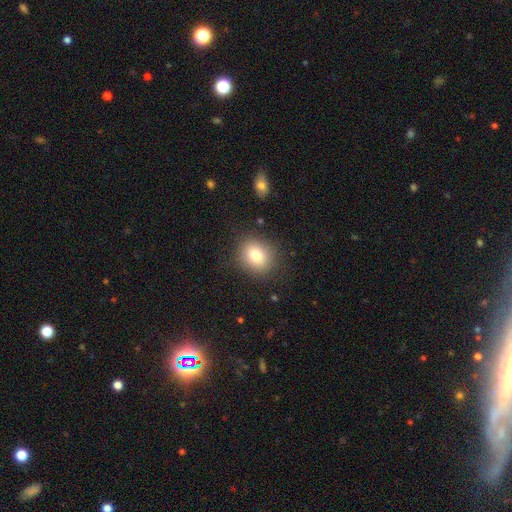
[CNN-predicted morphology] smooth-or-featured: smooth: 78% | star or artifact: 11% | featured or disk: 10%
  how-rounded: round: 72% | in between: 27% | cigar-shaped: 1%
  merging: none: 86% | minor disturbance: 9% | major disturbance: 3% | merger: 1%